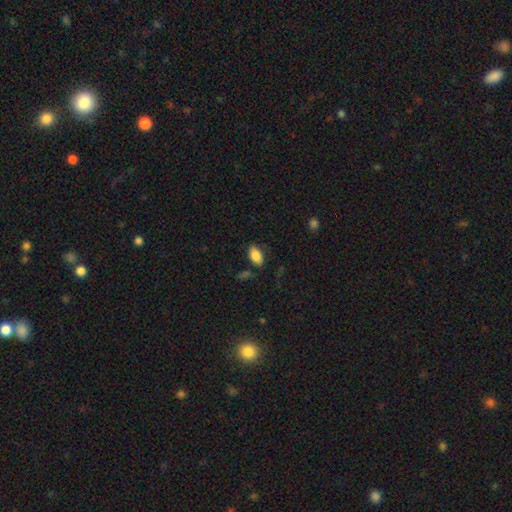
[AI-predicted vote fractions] smooth 84%, featured or disk 8%, star or artifact 7%. Down the decision tree: how rounded — in between (92%); merging — none (77%).